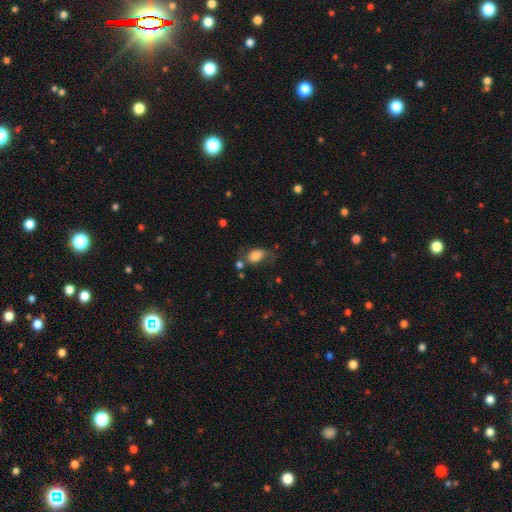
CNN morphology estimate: Smooth or featured? Predicted: smooth (p=0.75). How rounded? Predicted: in between (p=0.84). Merging? Predicted: none (p=0.49).